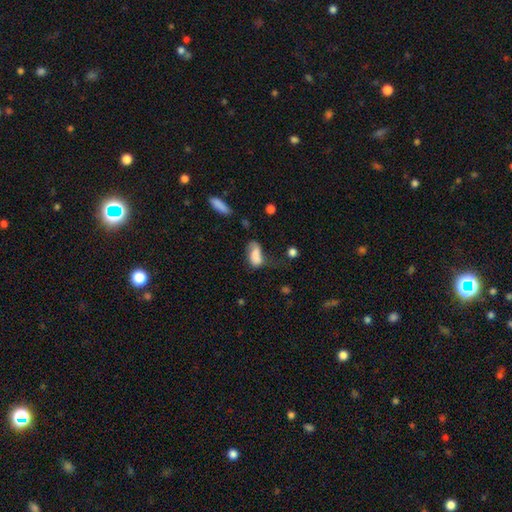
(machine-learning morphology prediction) Smooth or featured? Predicted: smooth (p=0.74). How rounded? Predicted: in between (p=0.90). Merging? Predicted: minor disturbance (p=0.31).